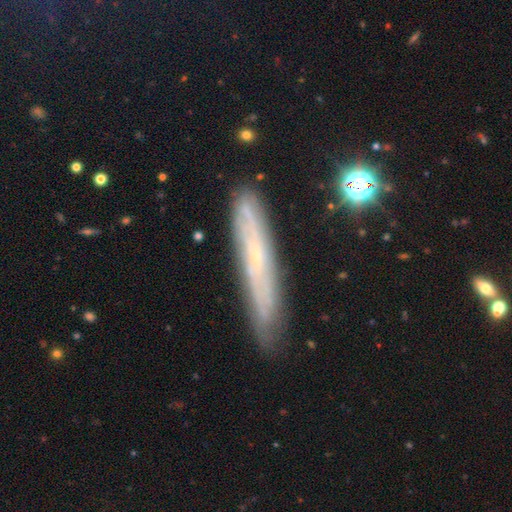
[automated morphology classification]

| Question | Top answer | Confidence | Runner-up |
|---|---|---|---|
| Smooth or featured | featured or disk | 53% | smooth (37%) |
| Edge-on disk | yes | 71% | no (29%) |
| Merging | none | 82% | minor disturbance (14%) |